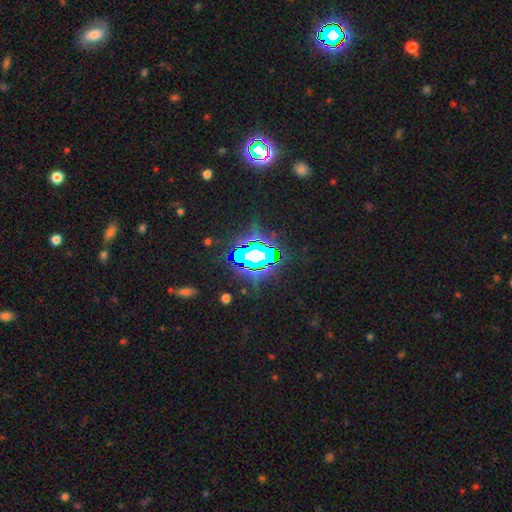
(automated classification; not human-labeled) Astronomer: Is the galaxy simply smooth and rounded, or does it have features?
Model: star or artifact — 71%.